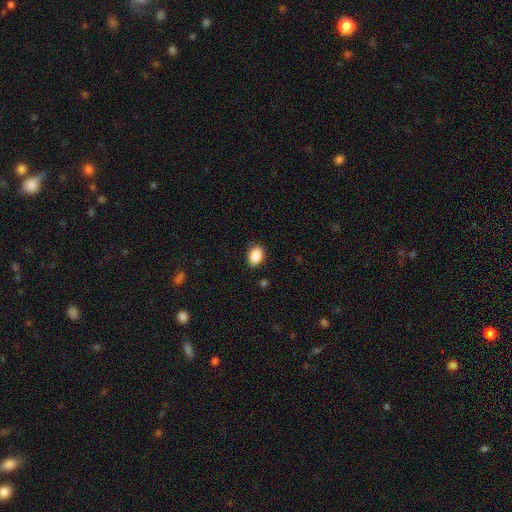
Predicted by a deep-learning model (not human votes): A smooth galaxy with no disk features (88%) that is in between round and cigar-shaped (85%). Merging: none (83%).